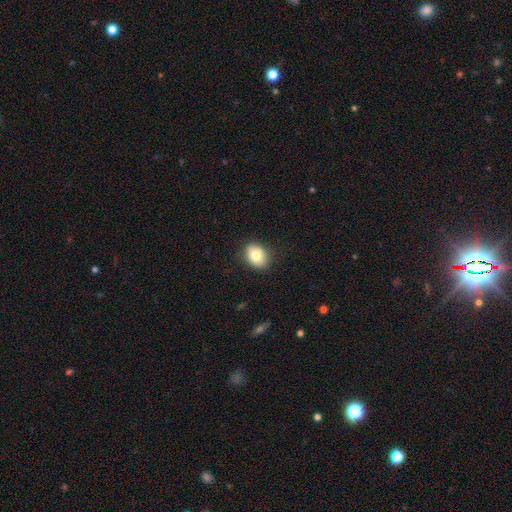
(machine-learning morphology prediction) smooth-or-featured: smooth: 79% | featured or disk: 13% | star or artifact: 9%
  how-rounded: in between: 61% | round: 38% | cigar-shaped: 1%
  merging: none: 85% | minor disturbance: 12% | major disturbance: 3% | merger: 1%